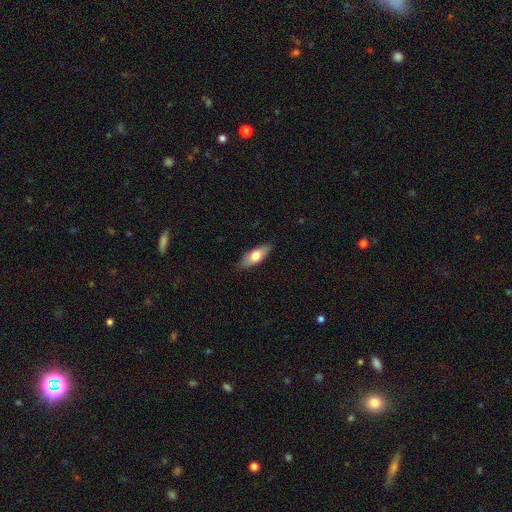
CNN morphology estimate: smooth-or-featured: smooth: 68% | featured or disk: 26% | star or artifact: 6%
  how-rounded: in between: 71% | cigar-shaped: 26% | round: 3%
  merging: none: 86% | minor disturbance: 11% | major disturbance: 2% | merger: 1%